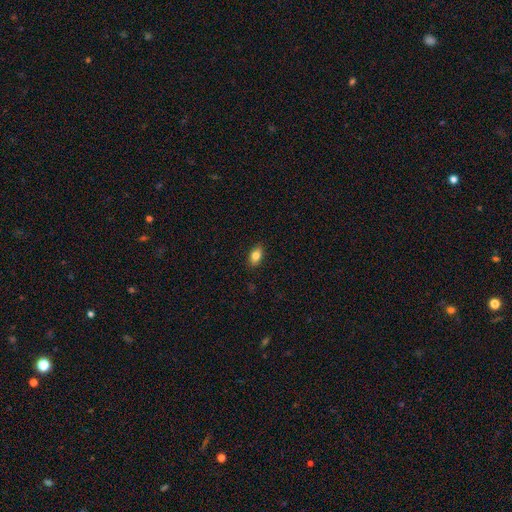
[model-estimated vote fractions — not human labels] Overall: smooth (80%). How rounded: in between (88%). Merging: none (88%).